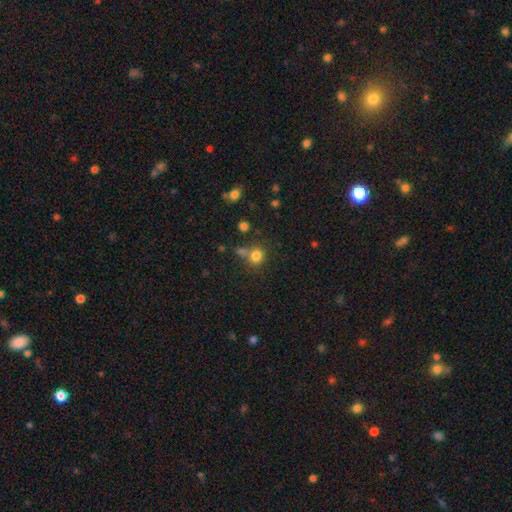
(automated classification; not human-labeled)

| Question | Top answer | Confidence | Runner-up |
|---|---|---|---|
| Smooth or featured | smooth | 80% | star or artifact (13%) |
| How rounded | round | 74% | in between (25%) |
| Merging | none | 59% | merger (24%) |